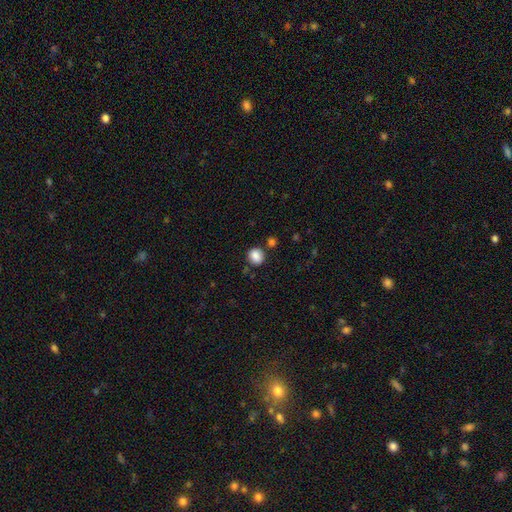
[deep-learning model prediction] smooth 86%, star or artifact 9%, featured or disk 5%. Down the decision tree: how rounded — round (75%); merging — none (78%).